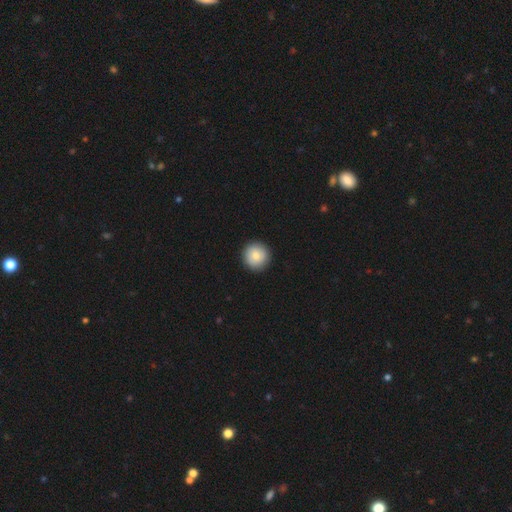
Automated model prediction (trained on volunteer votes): A smooth galaxy with no disk features (83%) that is round (96%).

Vote fractions:
- Smooth or featured? smooth: 83% / featured or disk: 10% / star or artifact: 7%
- How rounded? round: 96% / in between: 3% / cigar-shaped: 1%
- Merging? none: 93% / minor disturbance: 5% / major disturbance: 1% / merger: 1%